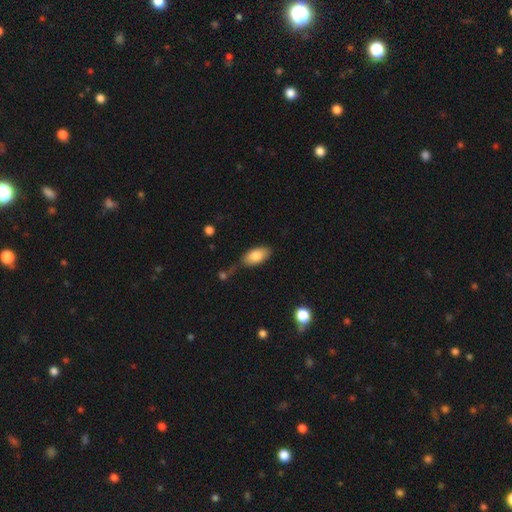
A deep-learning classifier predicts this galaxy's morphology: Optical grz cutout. It shows a smooth galaxy with no disk features (83%) that is in between round and cigar-shaped (91%). Merging: none (62%).